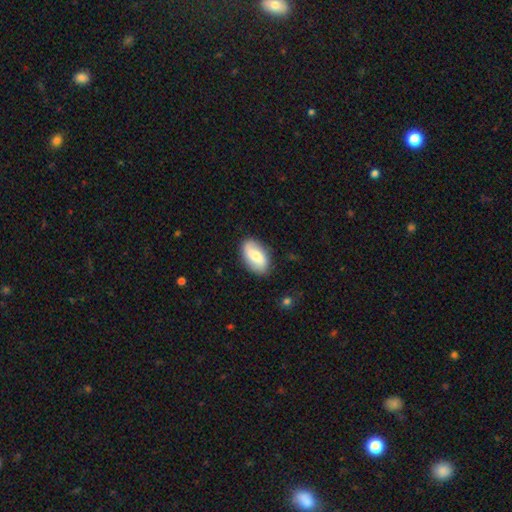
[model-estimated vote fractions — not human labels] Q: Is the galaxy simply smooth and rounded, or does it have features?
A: smooth — 60%.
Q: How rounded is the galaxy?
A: in between — 93%.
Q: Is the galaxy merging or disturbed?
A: none — 85%.